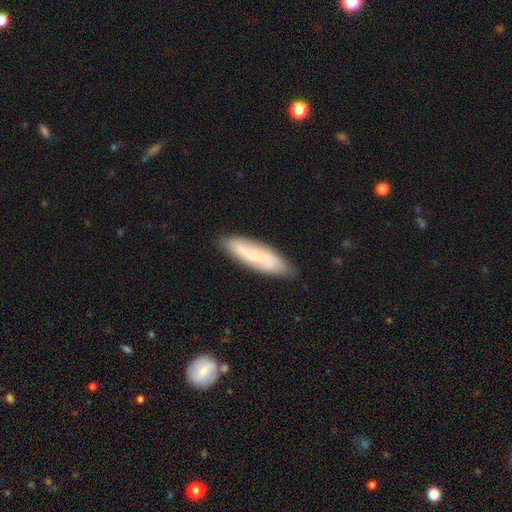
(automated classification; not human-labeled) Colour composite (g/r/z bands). It shows a smooth galaxy with no disk features (54%) that is cigar-shaped (60%). Merging: none (82%).